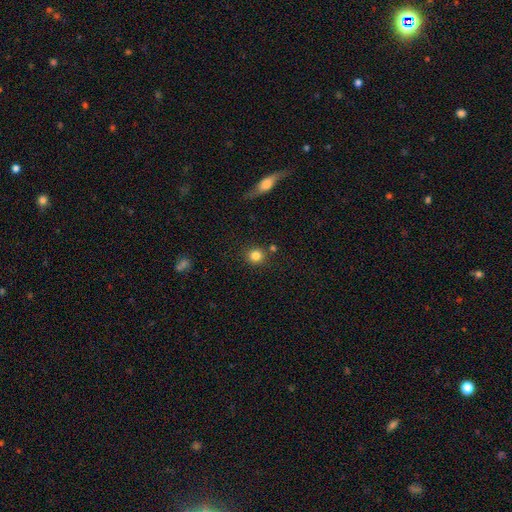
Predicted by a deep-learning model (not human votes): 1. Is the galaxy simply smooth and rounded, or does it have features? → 83% smooth, 11% star or artifact, 6% featured or disk.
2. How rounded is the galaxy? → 91% round, 8% in between, 1% cigar-shaped.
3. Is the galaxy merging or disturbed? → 82% none, 8% minor disturbance, 7% merger, 3% major disturbance.